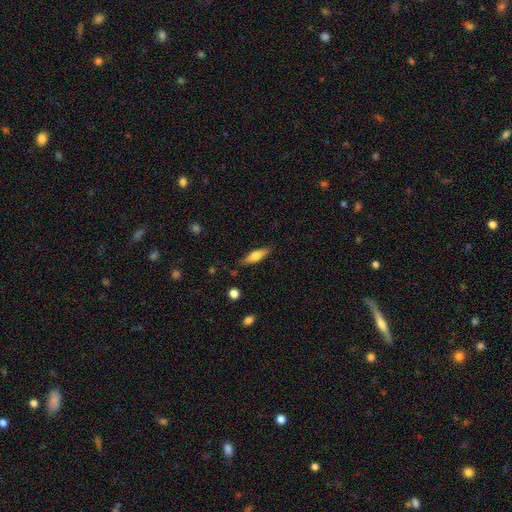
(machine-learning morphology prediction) This is possibly a smooth galaxy (56%). How rounded: possibly cigar-shaped (54%). Merging: clearly none (83%).